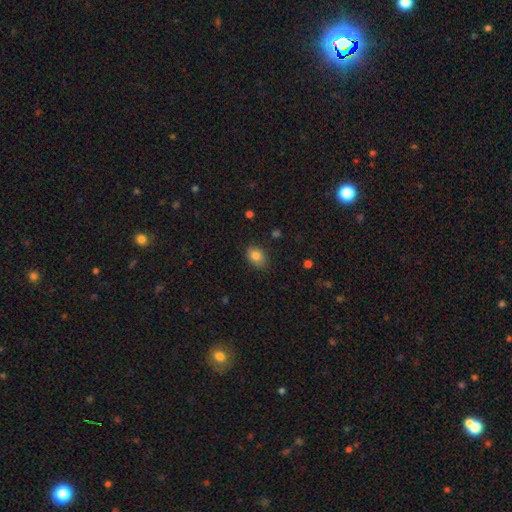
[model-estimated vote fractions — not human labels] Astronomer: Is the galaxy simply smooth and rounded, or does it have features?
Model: smooth — 84%.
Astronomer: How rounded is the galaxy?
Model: in between — 67%.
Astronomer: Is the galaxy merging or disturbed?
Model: none — 81%.